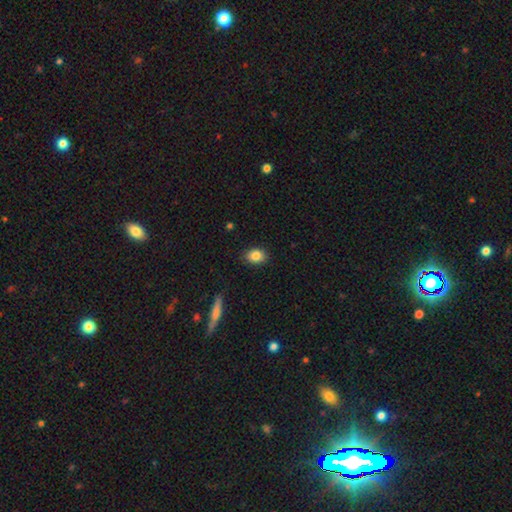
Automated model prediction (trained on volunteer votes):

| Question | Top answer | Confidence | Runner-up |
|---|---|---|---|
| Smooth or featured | smooth | 84% | star or artifact (9%) |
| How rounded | in between | 66% | round (32%) |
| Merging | none | 86% | minor disturbance (11%) |